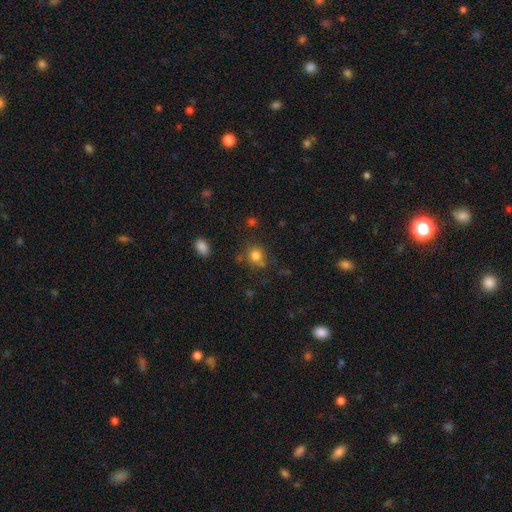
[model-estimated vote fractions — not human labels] Smooth or featured: smooth — 79% (star or artifact — 14%)
How rounded: round — 86% (in between — 13%)
Merging: none — 68% (merger — 14%)